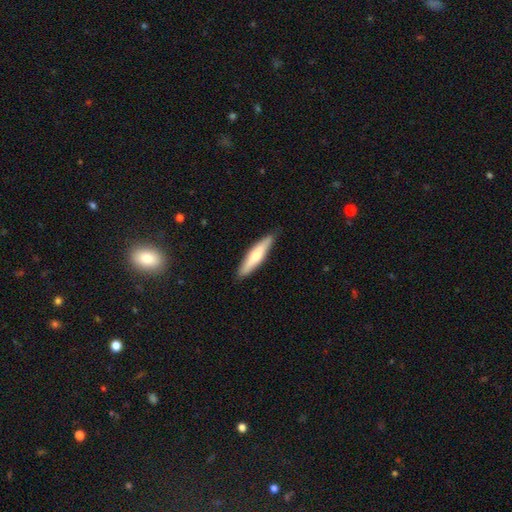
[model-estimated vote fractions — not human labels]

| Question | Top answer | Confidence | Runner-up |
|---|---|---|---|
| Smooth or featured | smooth | 58% | featured or disk (37%) |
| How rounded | cigar-shaped | 81% | in between (18%) |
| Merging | none | 88% | minor disturbance (10%) |